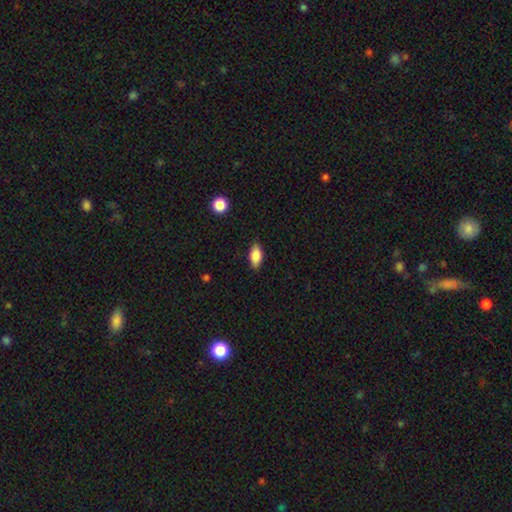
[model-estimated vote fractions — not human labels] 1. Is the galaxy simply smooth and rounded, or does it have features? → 85% smooth, 8% featured or disk, 7% star or artifact.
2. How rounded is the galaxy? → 89% in between, 6% cigar-shaped, 4% round.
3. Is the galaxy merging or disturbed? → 86% none, 11% minor disturbance, 2% major disturbance, 1% merger.